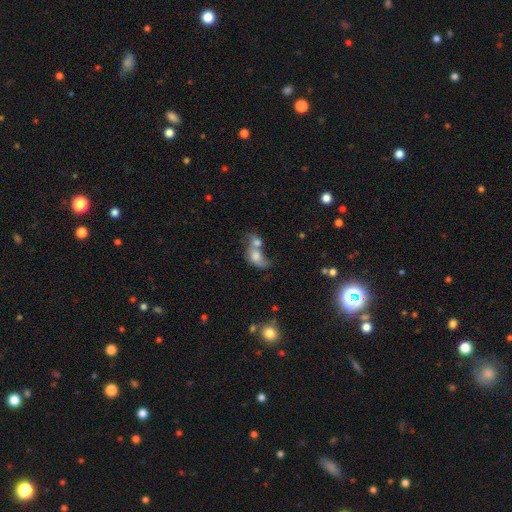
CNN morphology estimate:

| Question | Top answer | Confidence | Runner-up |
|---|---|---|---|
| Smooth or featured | smooth | 61% | featured or disk (28%) |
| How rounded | in between | 66% | round (31%) |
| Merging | merger | 74% | major disturbance (10%) |